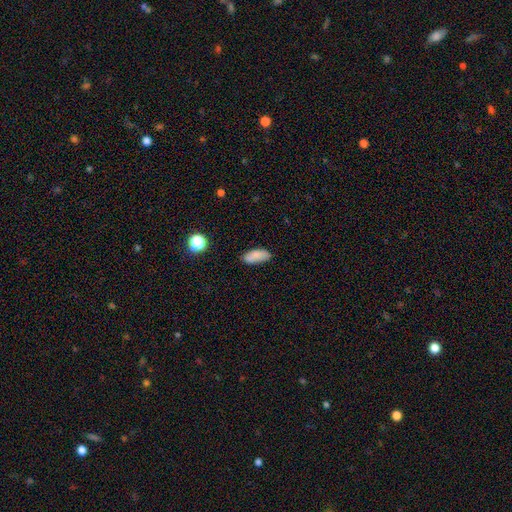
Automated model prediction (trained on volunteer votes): Smooth or featured: smooth — 82% (star or artifact — 9%)
How rounded: in between — 84% (cigar-shaped — 13%)
Merging: none — 78% (minor disturbance — 16%)